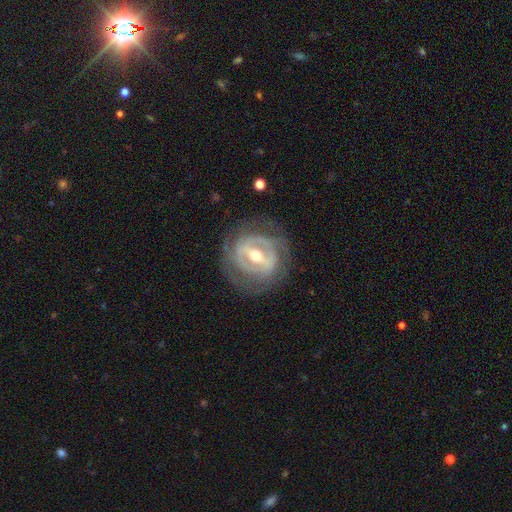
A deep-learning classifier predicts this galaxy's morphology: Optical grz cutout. It shows a featured or disk galaxy (83%) with a strong bar (61%), tight (66%) spiral arms (65%) and a moderate central bulge (67%). Merging: none (77%).